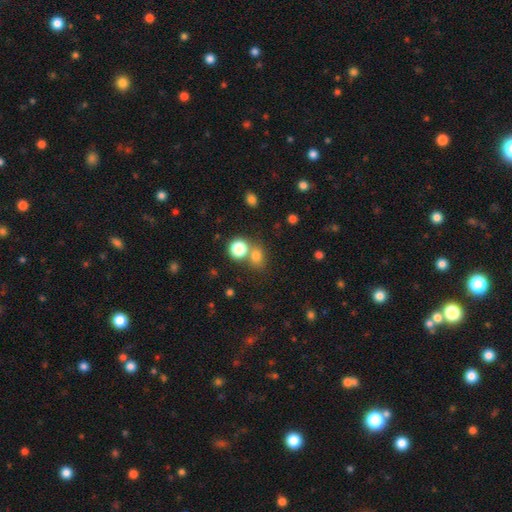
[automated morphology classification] smooth 75%, star or artifact 17%, featured or disk 8%. Down the decision tree: how rounded — round (66%); merging — none (56%).